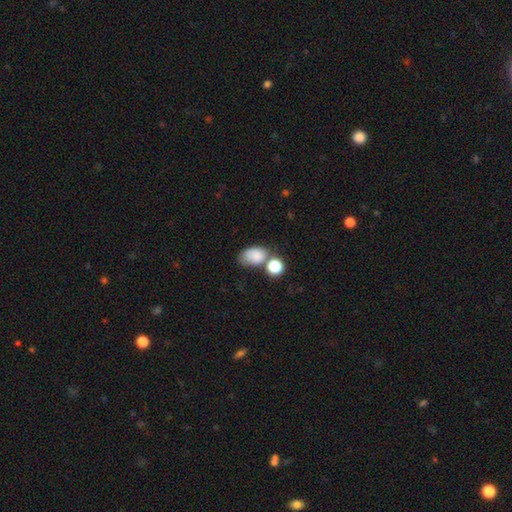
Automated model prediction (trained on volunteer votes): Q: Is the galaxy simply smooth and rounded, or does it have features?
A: smooth — 80%.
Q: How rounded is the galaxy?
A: in between — 82%.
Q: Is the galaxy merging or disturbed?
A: none — 45%.